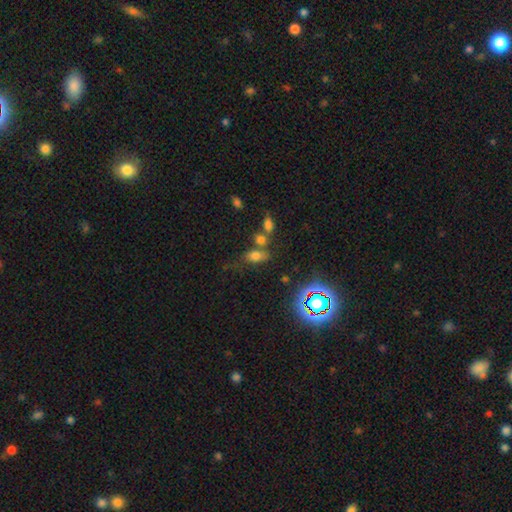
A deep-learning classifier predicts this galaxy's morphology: type=smooth (69%); roundness=in between (79%); merging=none (50%).